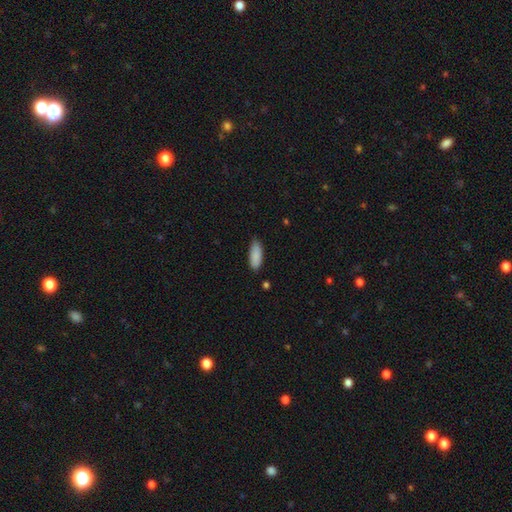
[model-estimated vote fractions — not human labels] This is clearly a smooth galaxy (89%). How rounded: likely in between (74%). Merging: likely none (79%).